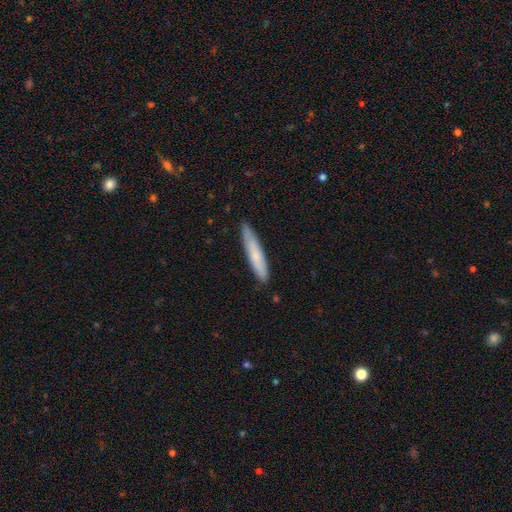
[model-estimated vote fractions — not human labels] smooth_or_featured: smooth (p=0.72) [alt: featured or disk p=0.23]
how_rounded: cigar-shaped (p=0.92) [alt: in between p=0.07]
merging: none (p=0.86) [alt: minor disturbance p=0.11]